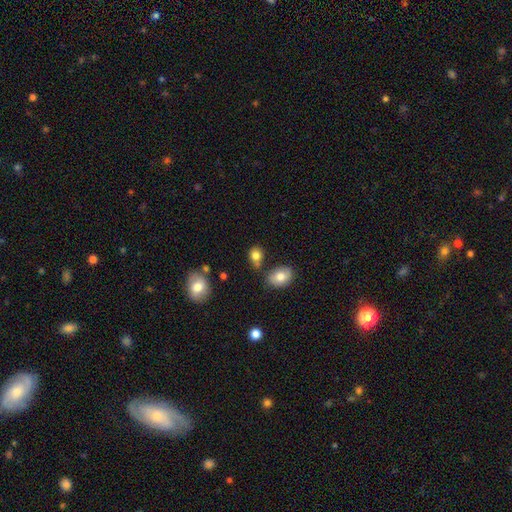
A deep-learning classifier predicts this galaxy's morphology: smooth_or_featured: smooth (p=0.82) [alt: star or artifact p=0.10]
how_rounded: in between (p=0.51) [alt: round p=0.47]
merging: none (p=0.63) [alt: minor disturbance p=0.18]